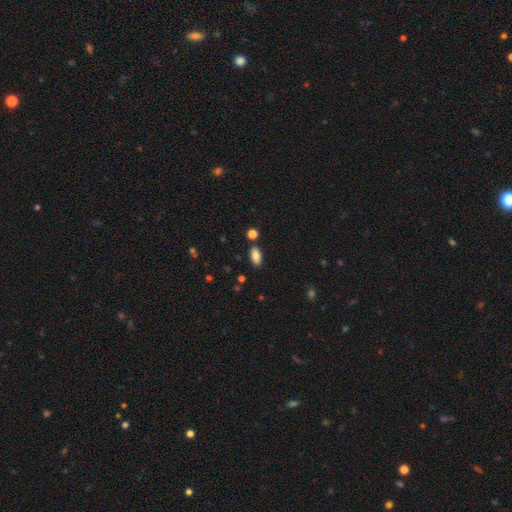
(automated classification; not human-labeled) smooth_or_featured: smooth (p=0.82) [alt: featured or disk p=0.09]
how_rounded: in between (p=0.91) [alt: cigar-shaped p=0.05]
merging: none (p=0.84) [alt: minor disturbance p=0.10]